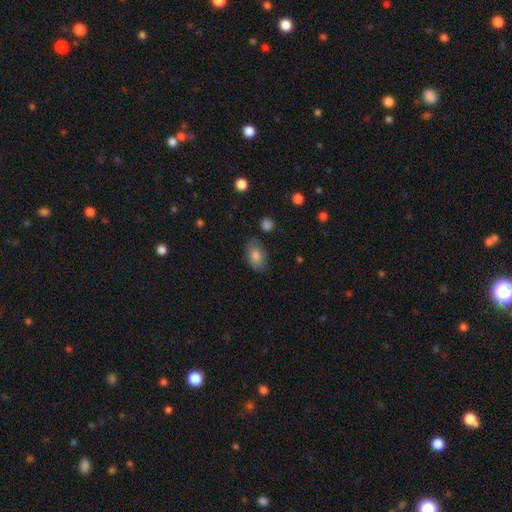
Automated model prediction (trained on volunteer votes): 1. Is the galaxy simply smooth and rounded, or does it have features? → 80% smooth, 13% featured or disk, 7% star or artifact.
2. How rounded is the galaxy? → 90% in between, 8% round, 2% cigar-shaped.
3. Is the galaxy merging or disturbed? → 79% none, 15% minor disturbance, 3% major disturbance, 2% merger.